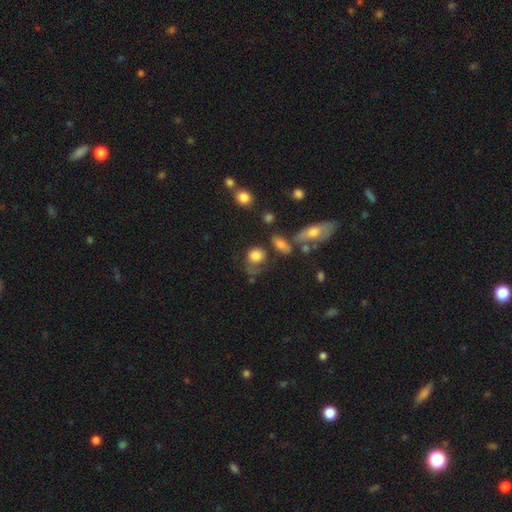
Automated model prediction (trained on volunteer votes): Q: Smooth or featured?
A: smooth (78%); runner-up: featured or disk (13%)
Q: How rounded?
A: round (67%); runner-up: in between (31%)
Q: Merging?
A: none (41%); runner-up: minor disturbance (24%)